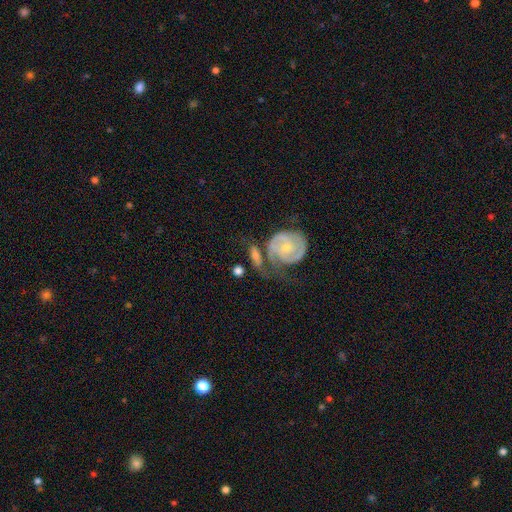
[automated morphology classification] This appears to be a featured or disk galaxy (56%) with no bar (63%), spiral arms (84%) and a small central bulge (63%). Merging: none (41%).